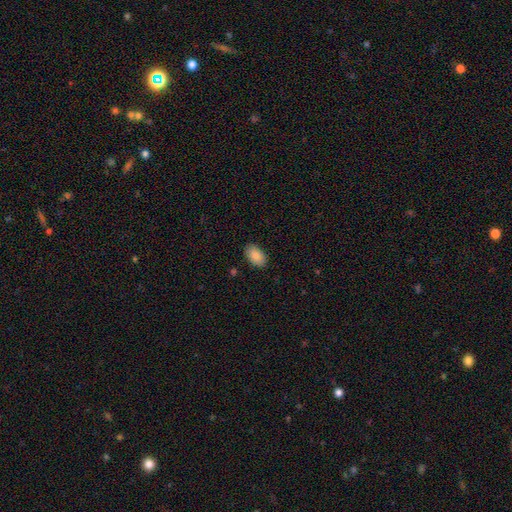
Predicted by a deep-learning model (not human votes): The model was most divided on "merging": none: 87%, minor disturbance: 10%, major disturbance: 2%, merger: 1%. More confident: how rounded — in between (92%); smooth or featured — smooth (89%).